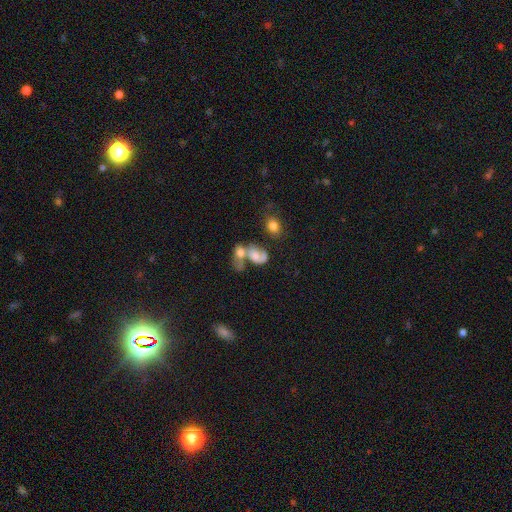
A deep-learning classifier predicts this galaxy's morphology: This is possibly a featured or disk galaxy (46%). Merging: likely merger (61%).